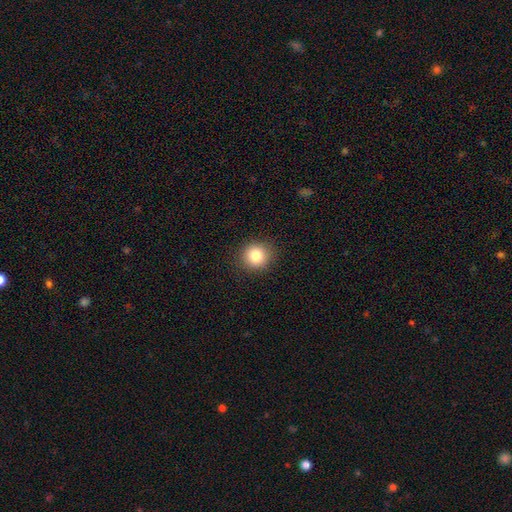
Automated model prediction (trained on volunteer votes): Smooth or featured: smooth — 83% (star or artifact — 10%)
How rounded: round — 91% (in between — 8%)
Merging: none — 90% (minor disturbance — 6%)